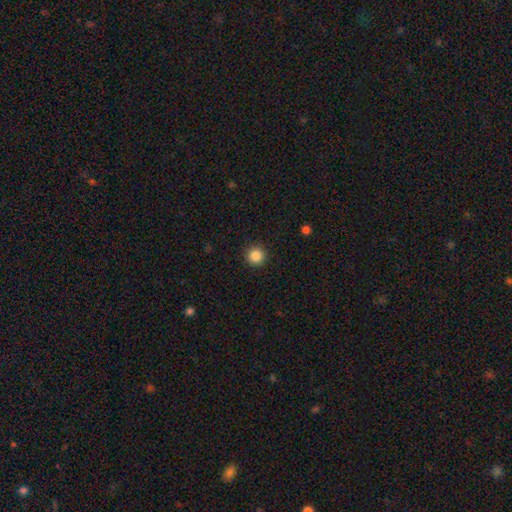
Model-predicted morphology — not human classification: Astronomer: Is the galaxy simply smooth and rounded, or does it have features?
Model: smooth — 85%.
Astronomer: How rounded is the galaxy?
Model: round — 96%.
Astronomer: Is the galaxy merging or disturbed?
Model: none — 92%.